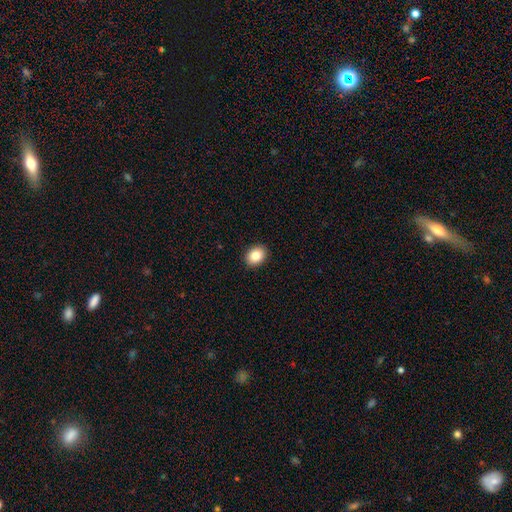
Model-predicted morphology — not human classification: smooth_or_featured: smooth (p=0.85) [alt: star or artifact p=0.09]
how_rounded: in between (p=0.63) [alt: round p=0.36]
merging: none (p=0.91) [alt: minor disturbance p=0.06]